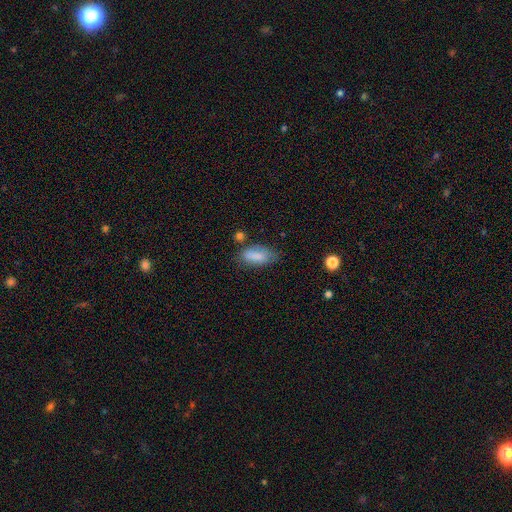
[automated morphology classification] smooth_or_featured: smooth (p=0.83) [alt: featured or disk p=0.09]
how_rounded: in between (p=0.84) [alt: cigar-shaped p=0.13]
merging: none (p=0.57) [alt: minor disturbance p=0.29]